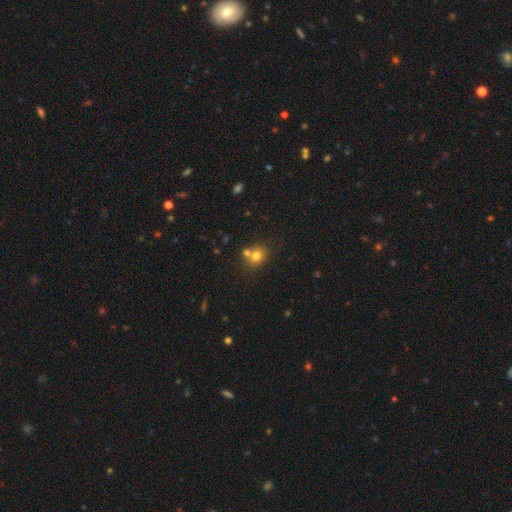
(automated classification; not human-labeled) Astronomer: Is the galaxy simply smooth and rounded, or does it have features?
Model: smooth — 74%.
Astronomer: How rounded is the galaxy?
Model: round — 68%.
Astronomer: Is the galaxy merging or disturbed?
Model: none — 51% (runner-up: merger, 36%).